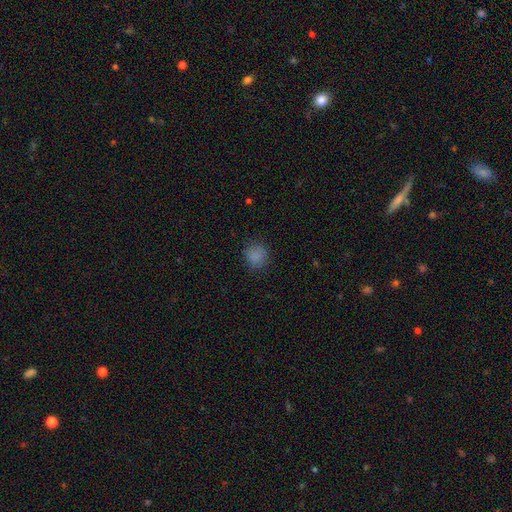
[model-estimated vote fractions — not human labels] Smooth or featured? smooth (85%)
How rounded? round (87%)
Merging? none (83%)